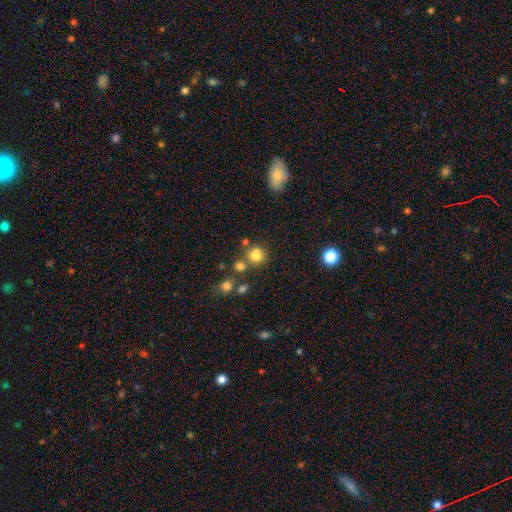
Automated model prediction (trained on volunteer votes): The model was most divided on "merging": none: 64%, merger: 19%, minor disturbance: 12%, major disturbance: 5%. More confident: how rounded — round (84%); smooth or featured — smooth (78%).